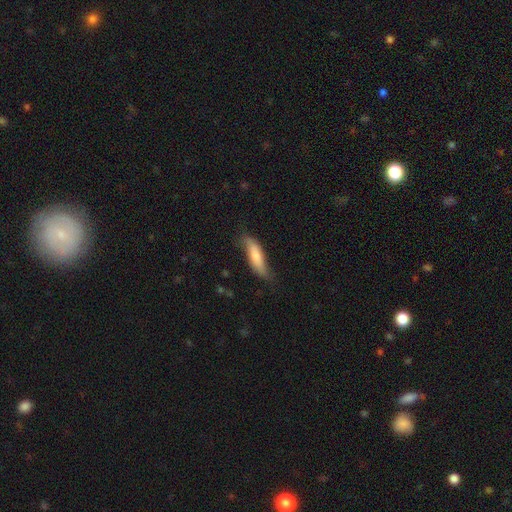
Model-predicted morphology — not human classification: This appears to be a smooth galaxy with no disk features (71%) that is cigar-shaped (61%). Merging: none (62%).